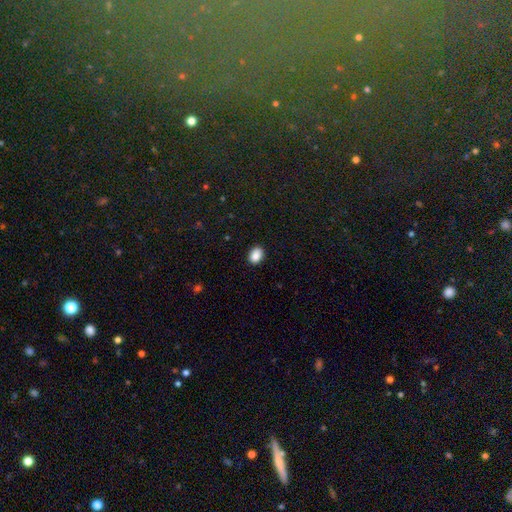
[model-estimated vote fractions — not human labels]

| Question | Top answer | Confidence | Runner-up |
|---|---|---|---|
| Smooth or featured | smooth | 89% | star or artifact (8%) |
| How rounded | in between | 71% | round (28%) |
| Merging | none | 89% | minor disturbance (8%) |